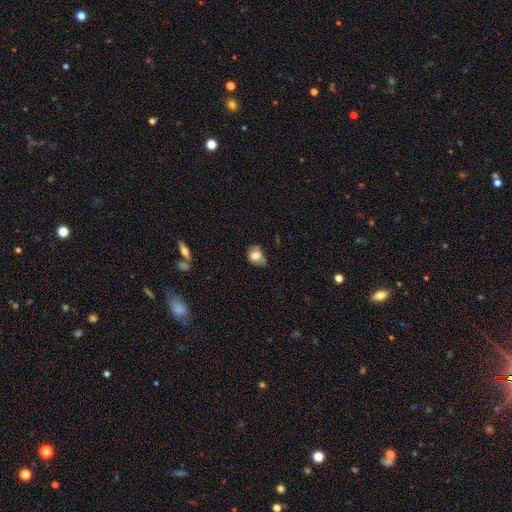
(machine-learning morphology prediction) type=smooth (76%); roundness=in between (54%); merging=none (50%).